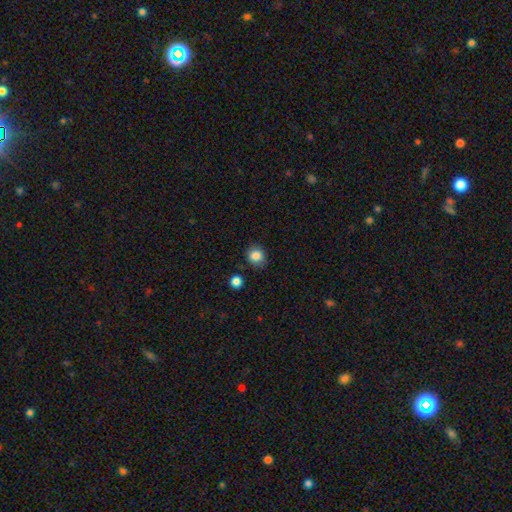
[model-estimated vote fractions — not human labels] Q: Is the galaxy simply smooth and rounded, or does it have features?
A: smooth — 85%.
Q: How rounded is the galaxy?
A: round — 78%.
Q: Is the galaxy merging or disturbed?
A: none — 82%.